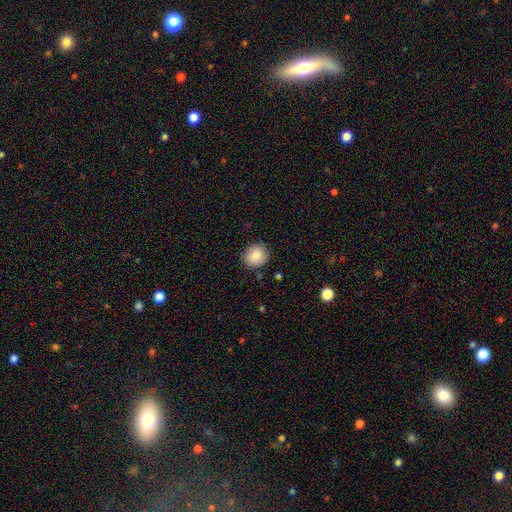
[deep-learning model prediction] A smooth galaxy with no disk features (88%) that is round (85%). Merging: none (87%).